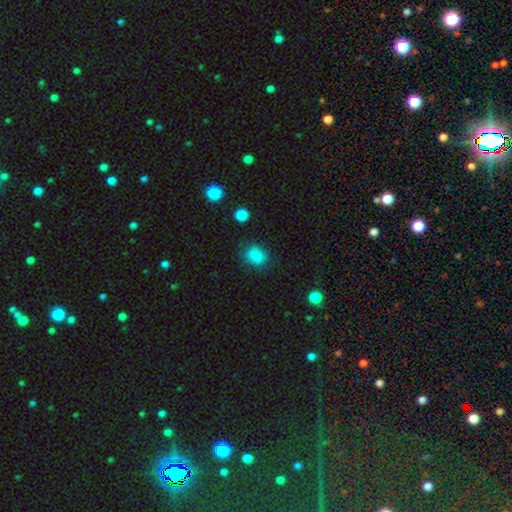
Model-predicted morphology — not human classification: A smooth galaxy with no disk features (84%) that is in between round and cigar-shaped (55%).

Vote fractions:
- Smooth or featured? smooth: 84% / star or artifact: 12% / featured or disk: 4%
- How rounded? in between: 55% / round: 44% / cigar-shaped: 1%
- Merging? none: 76% / minor disturbance: 16% / major disturbance: 5% / merger: 2%